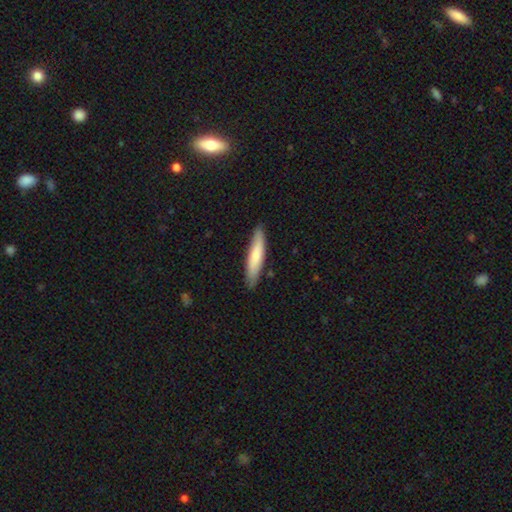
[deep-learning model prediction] This is likely a smooth galaxy (73%). How rounded: clearly cigar-shaped (83%). Merging: clearly none (86%).